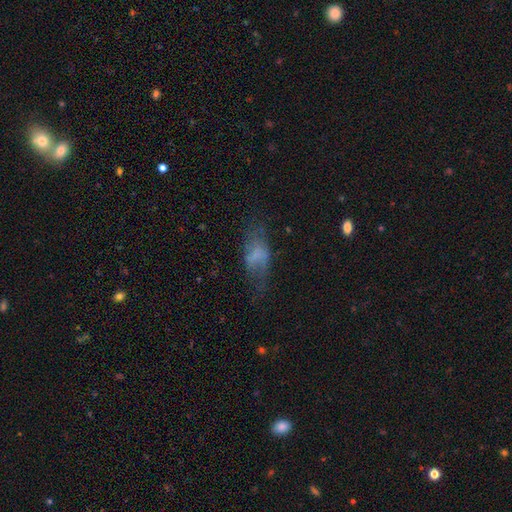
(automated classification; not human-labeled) Overall: smooth (49%; featured or disk 38%). Merging: none (44%; major disturbance 28%).